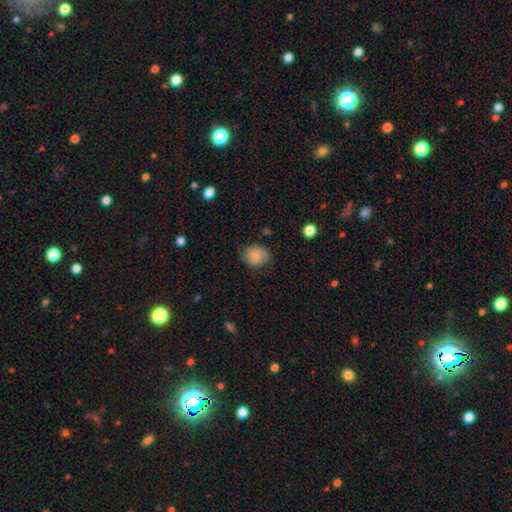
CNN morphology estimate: Smooth or featured: smooth — 80% (featured or disk — 12%)
How rounded: round — 77% (in between — 22%)
Merging: none — 72% (minor disturbance — 21%)